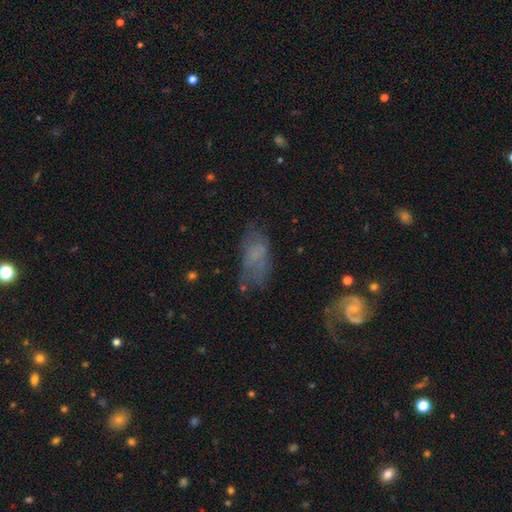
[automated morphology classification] smooth 45%, featured or disk 42%, star or artifact 13%. Down the decision tree: merging — none (48%).